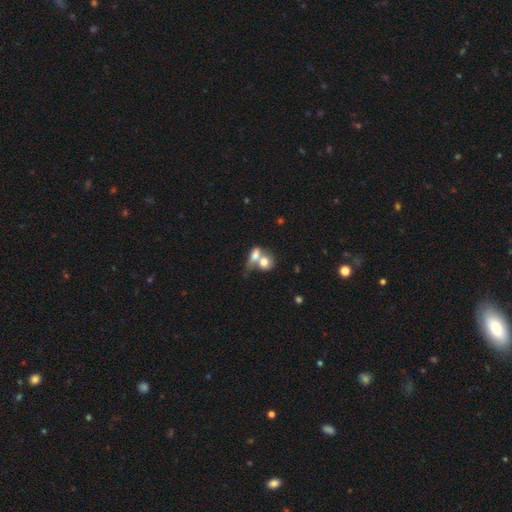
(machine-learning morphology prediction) smooth_or_featured: smooth (p=0.69) [alt: featured or disk p=0.22]
how_rounded: in between (p=0.55) [alt: round p=0.39]
merging: merger (p=0.73) [alt: none p=0.15]